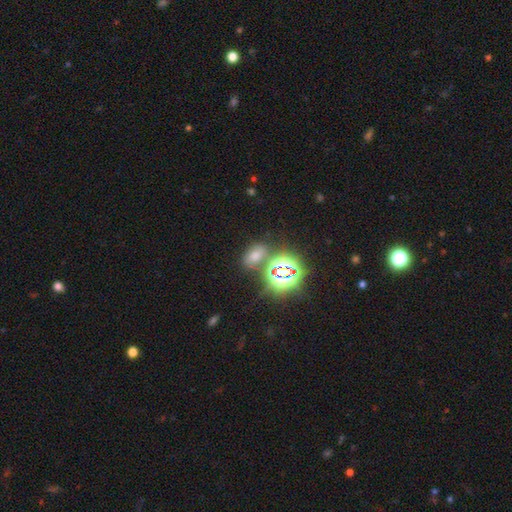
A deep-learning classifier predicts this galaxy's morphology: smooth-or-featured: smooth: 50% | star or artifact: 41% | featured or disk: 9%
  how-rounded: in between: 83% | round: 15% | cigar-shaped: 2%
  merging: none: 67% | minor disturbance: 14% | merger: 13% | major disturbance: 6%